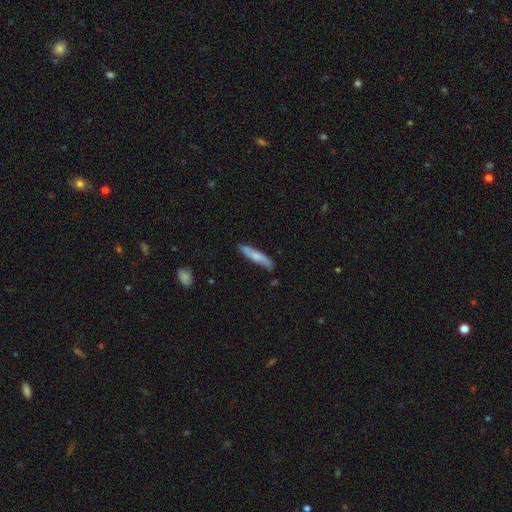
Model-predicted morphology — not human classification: A smooth galaxy with no disk features (61%) that is cigar-shaped (84%). Merging: none (78%).